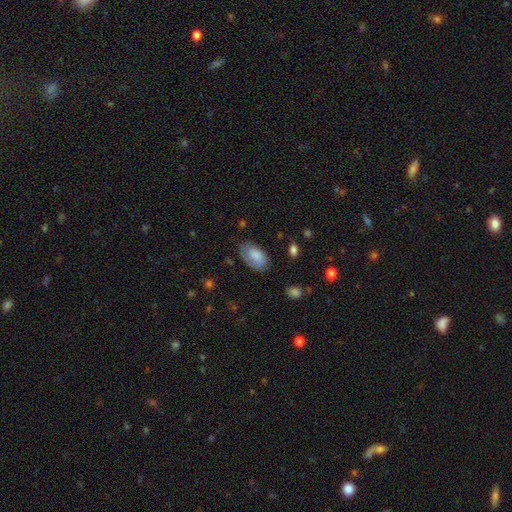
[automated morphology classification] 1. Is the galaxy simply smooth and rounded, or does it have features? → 77% smooth, 16% featured or disk, 7% star or artifact.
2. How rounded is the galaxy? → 94% in between, 4% round, 2% cigar-shaped.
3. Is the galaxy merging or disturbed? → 67% none, 24% minor disturbance, 8% major disturbance, 2% merger.